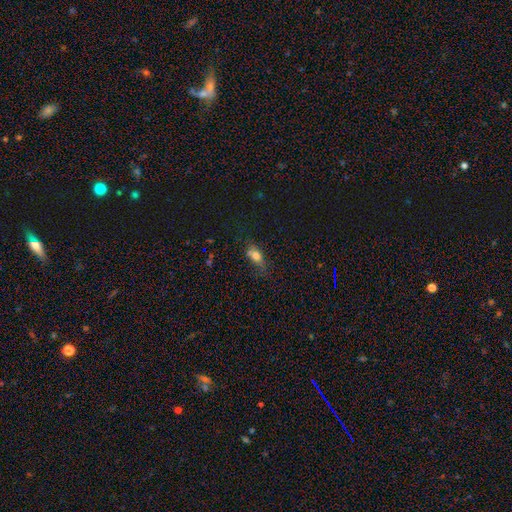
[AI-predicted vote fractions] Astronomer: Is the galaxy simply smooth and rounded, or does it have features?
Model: smooth — 72%.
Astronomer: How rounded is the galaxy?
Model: in between — 70%.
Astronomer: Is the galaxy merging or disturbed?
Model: none — 49% (runner-up: minor disturbance, 27%).